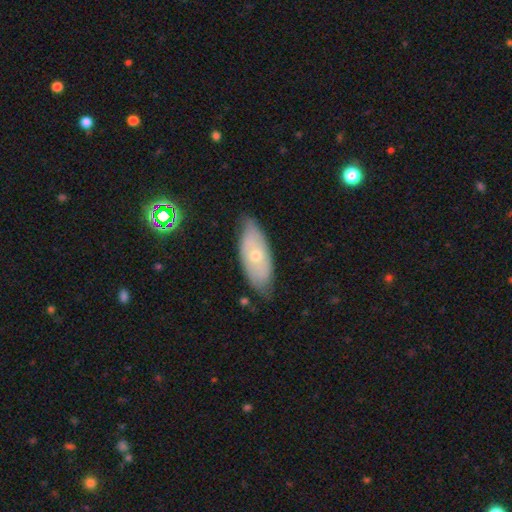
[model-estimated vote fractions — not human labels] The model was most divided on "smooth or featured": smooth: 47%, featured or disk: 45%, star or artifact: 8%. More confident: merging — none (72%).